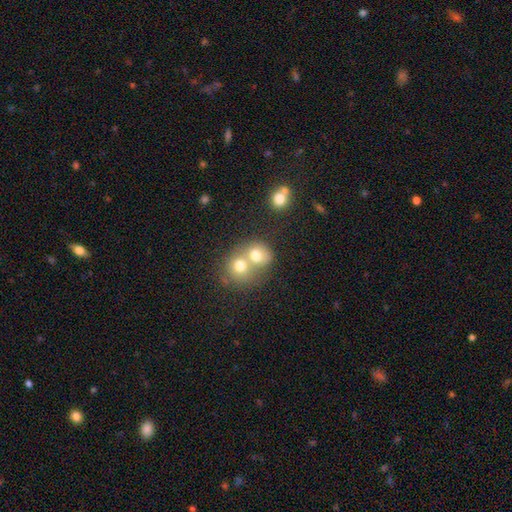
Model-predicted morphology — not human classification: The model was most divided on "merging": merger: 63%, none: 28%, minor disturbance: 6%, major disturbance: 3%. More confident: how rounded — round (71%); smooth or featured — smooth (70%).